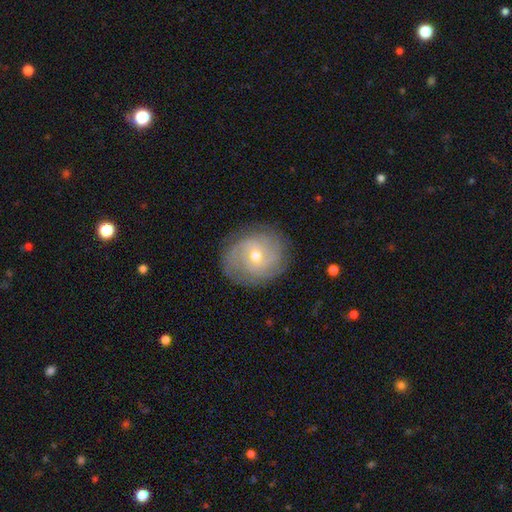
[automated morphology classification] A featured or disk galaxy (77%) with no bar (55%), tight (67%) spiral arms (92%) and a moderate central bulge (56%).

Vote fractions:
- Smooth or featured? featured or disk: 77% / smooth: 15% / star or artifact: 8%
- Edge-on disk? no: 97% / yes: 3%
- Bar? no: 55% / weak: 37% / strong: 8%
- Spiral arms? yes: 92% / no: 8%
- Spiral winding? tight: 67% / medium: 26% / loose: 7%
- Spiral arm count? can't tell: 37% / 2: 20% / 3: 20% / 4: 11% / more than 4: 6% / 1: 6%
- Bulge size? moderate: 56% / small: 41% / large: 2% / none: 1% / dominant: 1%
- Merging? none: 83% / minor disturbance: 12% / major disturbance: 4% / merger: 1%